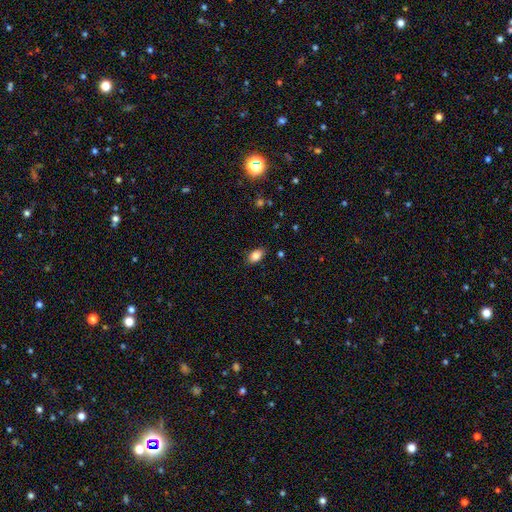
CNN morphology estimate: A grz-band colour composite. It shows a smooth galaxy with no disk features (85%) that is in between round and cigar-shaped (89%). Merging: none (84%).